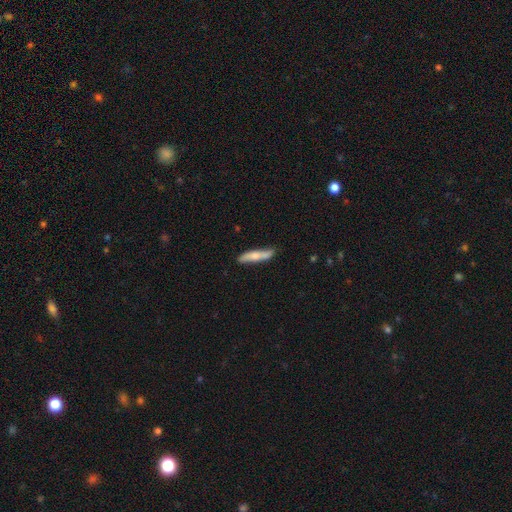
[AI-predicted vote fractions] Morphology: type=smooth (60%); roundness=cigar-shaped (82%); merging=none (75%).